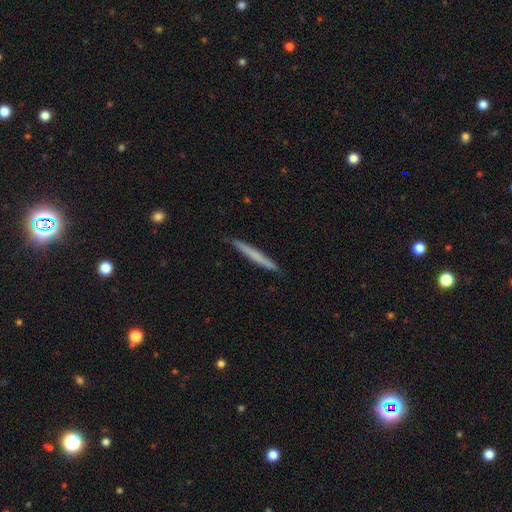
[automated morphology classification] smooth 62%, featured or disk 33%, star or artifact 6%. Down the decision tree: how rounded — cigar-shaped (97%); merging — none (90%).